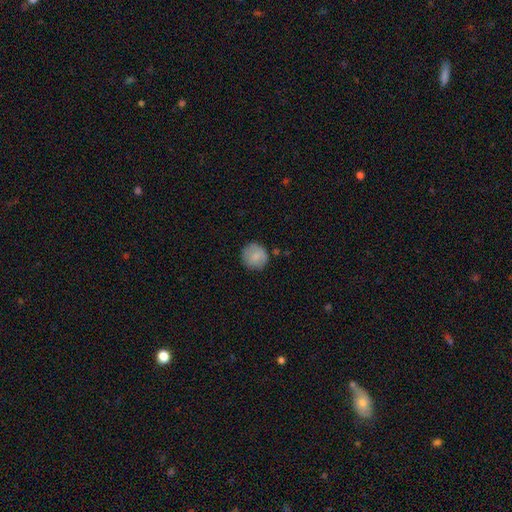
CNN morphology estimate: Overall: smooth (81%). How rounded: round (91%). Merging: none (82%).